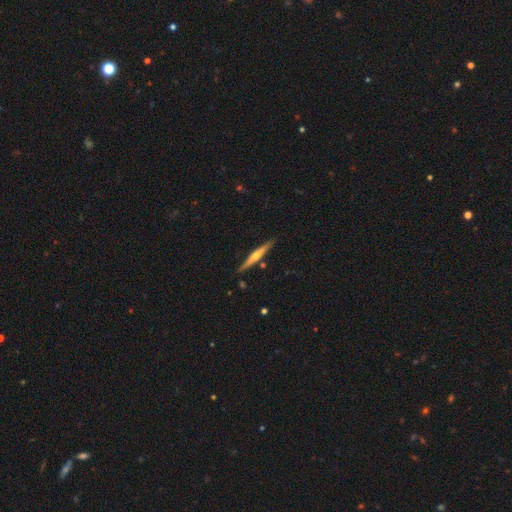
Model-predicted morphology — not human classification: Smooth or featured? Predicted: featured or disk (p=0.63). Edge-on disk? Predicted: yes (p=0.96). Edge-on bulge? Predicted: rounded (p=0.79). Merging? Predicted: none (p=0.86).